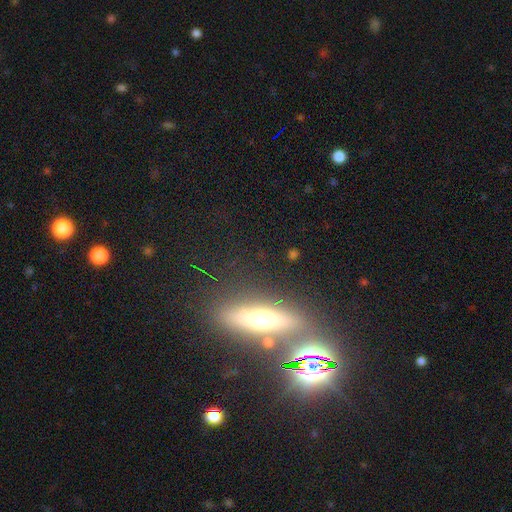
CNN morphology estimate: Smooth or featured: featured or disk — 51% (smooth — 27%)
Edge-on disk: yes — 83% (no — 17%)
Merging: none — 69% (merger — 13%)